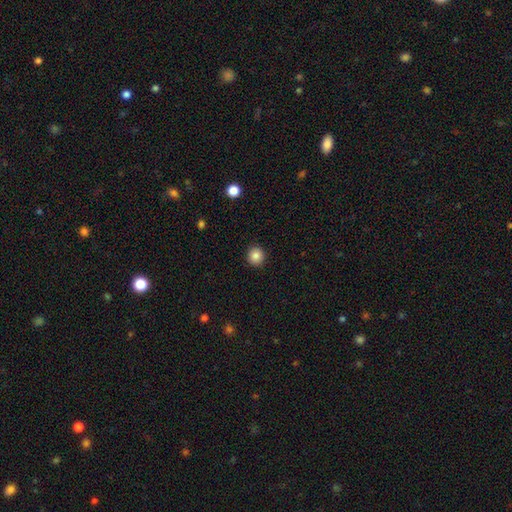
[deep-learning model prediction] A smooth galaxy with no disk features (85%) that is round (91%). Merging: none (92%).